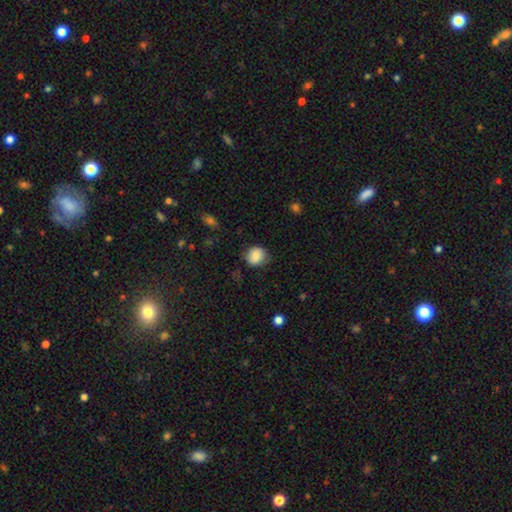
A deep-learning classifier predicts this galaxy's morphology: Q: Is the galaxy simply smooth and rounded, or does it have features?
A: smooth — 83%.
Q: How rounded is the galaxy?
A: round — 70%.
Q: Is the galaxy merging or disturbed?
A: none — 71%.